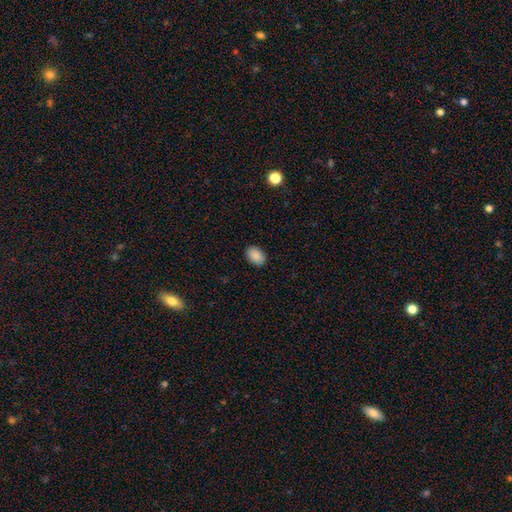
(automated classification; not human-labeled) This appears to be a smooth galaxy with no disk features (89%) that is in between round and cigar-shaped (84%). Merging: none (89%).